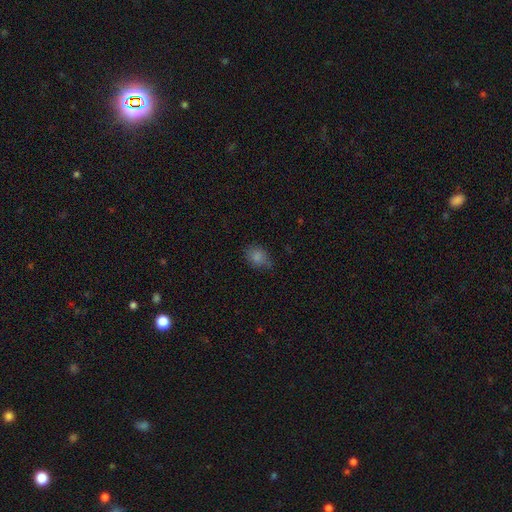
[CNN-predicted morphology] smooth_or_featured: smooth (p=0.76) [alt: star or artifact p=0.16]
how_rounded: in between (p=0.50) [alt: round p=0.49]
merging: none (p=0.73) [alt: minor disturbance p=0.21]